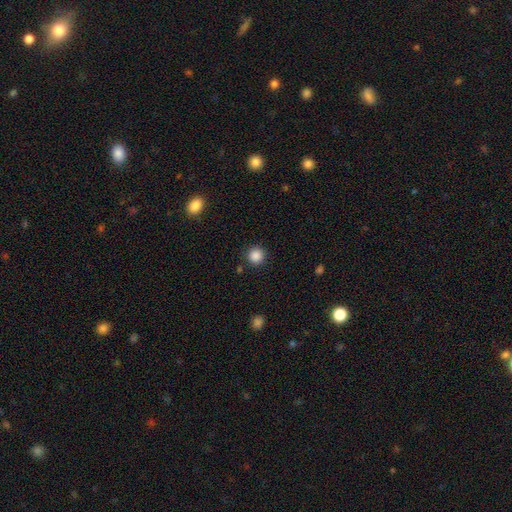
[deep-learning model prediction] Morphology: type=smooth (87%); roundness=round (95%); merging=none (90%).